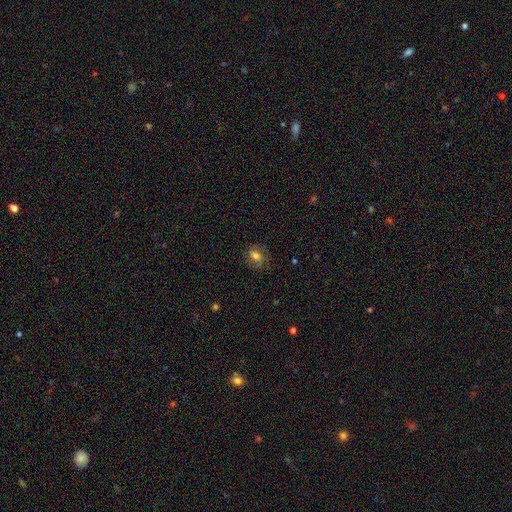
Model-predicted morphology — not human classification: Smooth or featured? smooth (59%)
How rounded? in between (65%)
Merging? none (74%)